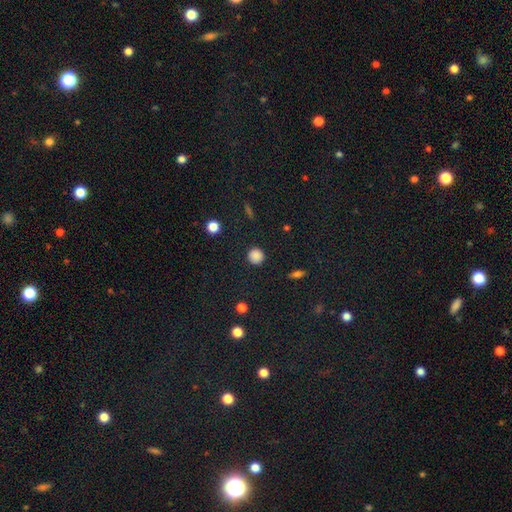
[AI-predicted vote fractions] Smooth or featured: smooth — 86% (star or artifact — 10%)
How rounded: round — 94% (in between — 5%)
Merging: none — 91% (minor disturbance — 6%)